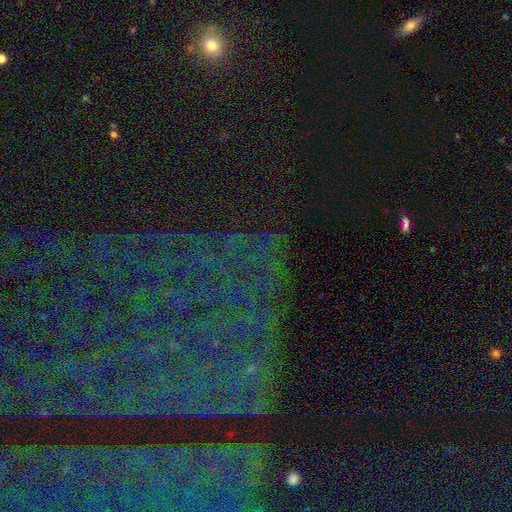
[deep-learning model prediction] This appears to be a star or artifact, not a galaxy (73%).